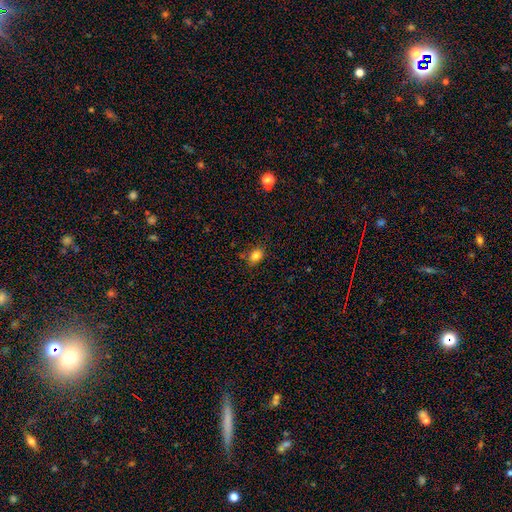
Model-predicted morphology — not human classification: smooth-or-featured: smooth: 83% | star or artifact: 11% | featured or disk: 6%
  how-rounded: in between: 69% | round: 29% | cigar-shaped: 1%
  merging: none: 79% | minor disturbance: 15% | major disturbance: 3% | merger: 3%